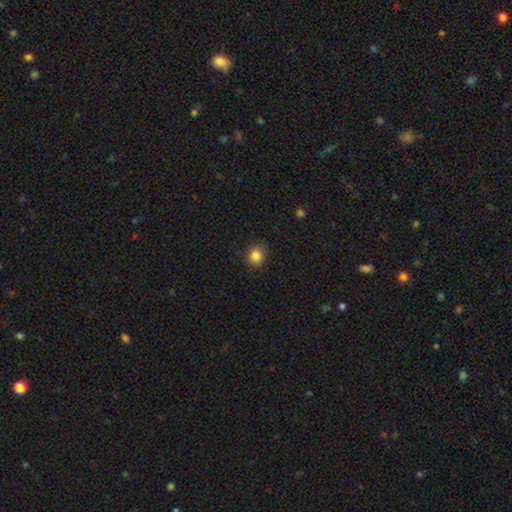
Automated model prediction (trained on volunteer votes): smooth-or-featured: smooth: 85% | star or artifact: 11% | featured or disk: 5%
  how-rounded: round: 80% | in between: 19% | cigar-shaped: 1%
  merging: none: 84% | minor disturbance: 12% | major disturbance: 3% | merger: 1%